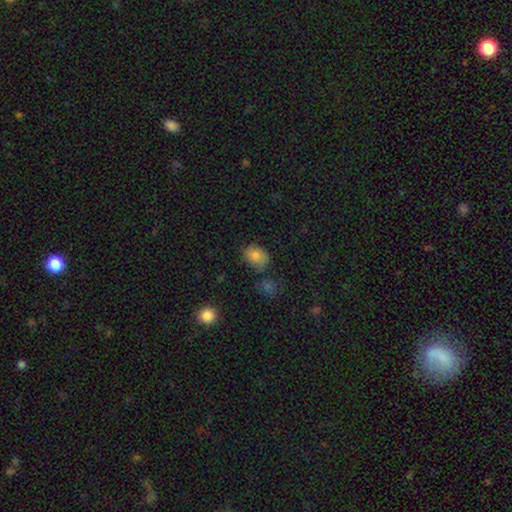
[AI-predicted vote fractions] Overall: smooth (84%). How rounded: in between (65%; round 34%). Merging: none (66%).